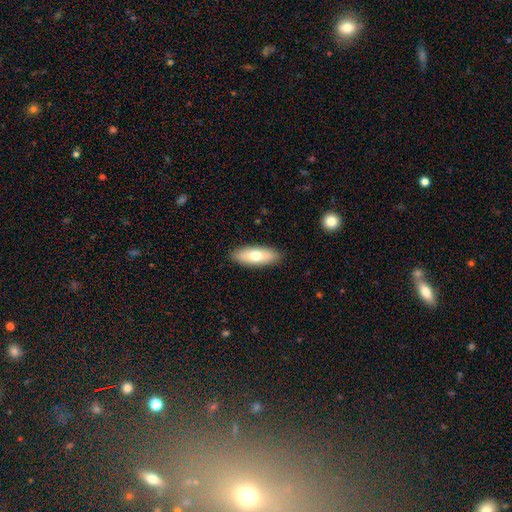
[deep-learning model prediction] Smooth or featured? Predicted: smooth (p=0.70). How rounded? Predicted: in between (p=0.70). Merging? Predicted: none (p=0.89).